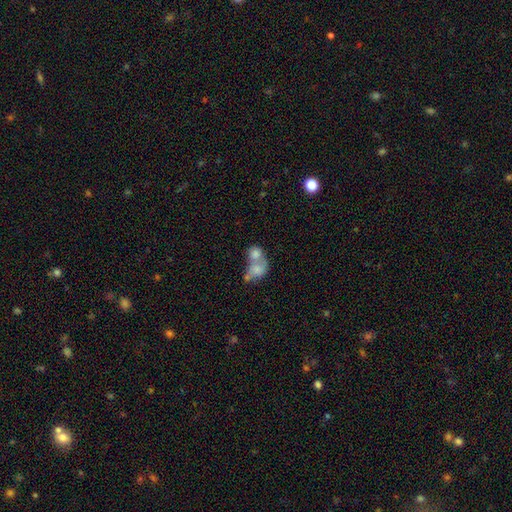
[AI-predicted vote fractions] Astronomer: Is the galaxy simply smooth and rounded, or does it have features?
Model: smooth — 70%.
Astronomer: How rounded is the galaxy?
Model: in between — 53% (runner-up: round, 46%).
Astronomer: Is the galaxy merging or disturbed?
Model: merger — 74%.